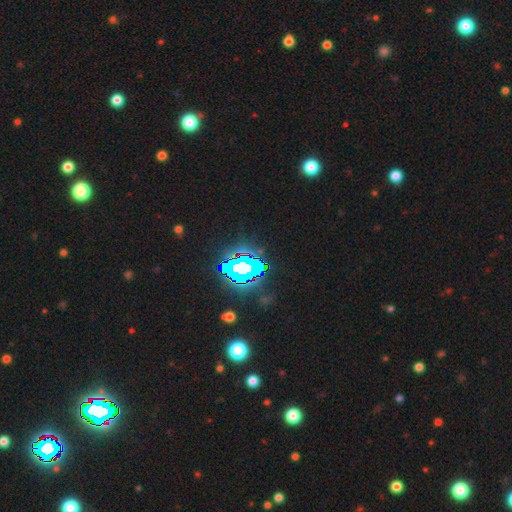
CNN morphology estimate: This appears to be a star or artifact, not a galaxy (83%).